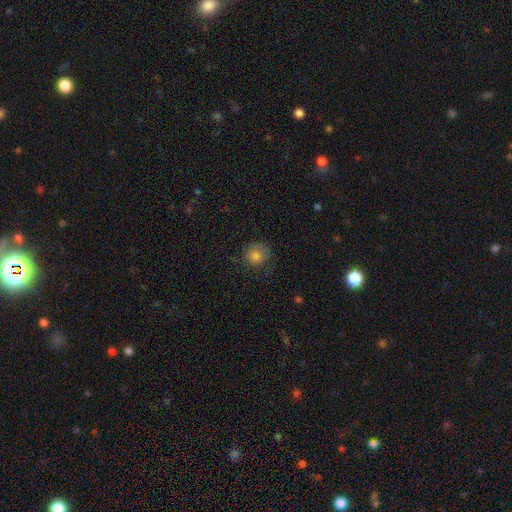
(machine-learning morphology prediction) smooth-or-featured: smooth: 81% | star or artifact: 11% | featured or disk: 8%
  how-rounded: round: 89% | in between: 10% | cigar-shaped: 1%
  merging: none: 72% | minor disturbance: 19% | major disturbance: 7% | merger: 1%